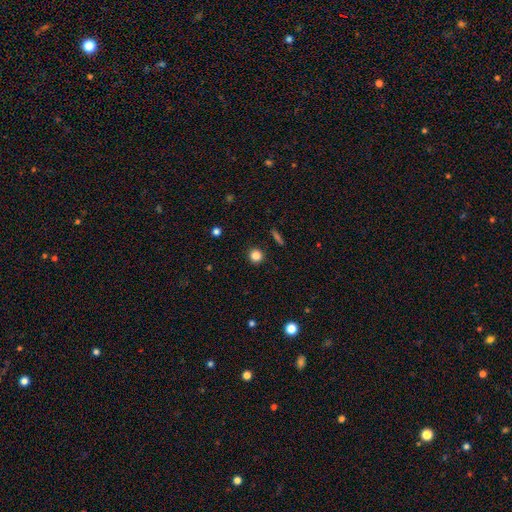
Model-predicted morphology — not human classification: type=smooth (83%); roundness=round (93%); merging=none (91%).